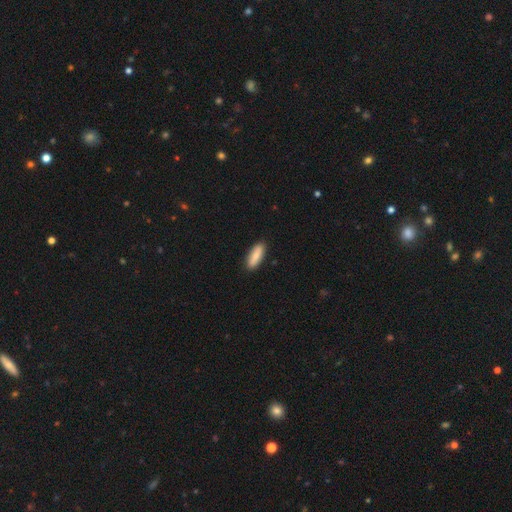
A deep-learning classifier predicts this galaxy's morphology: A smooth galaxy with no disk features (84%) that is in between round and cigar-shaped (58%). Merging: none (89%).